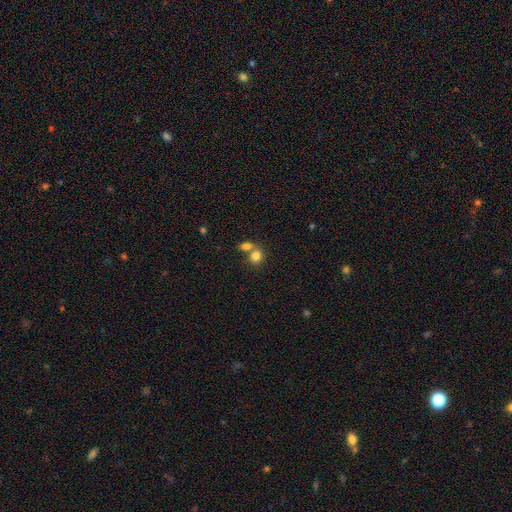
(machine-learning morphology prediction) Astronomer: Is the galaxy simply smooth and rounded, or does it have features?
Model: smooth — 81%.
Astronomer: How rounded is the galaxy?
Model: round — 58% (runner-up: in between, 41%).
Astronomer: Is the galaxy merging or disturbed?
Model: merger — 52% (runner-up: none, 37%).